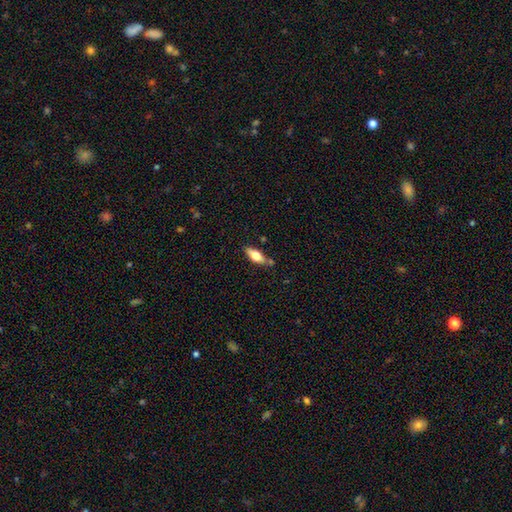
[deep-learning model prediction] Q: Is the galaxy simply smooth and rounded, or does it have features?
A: smooth — 60%.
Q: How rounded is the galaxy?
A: in between — 69%.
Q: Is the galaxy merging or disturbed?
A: none — 73%.